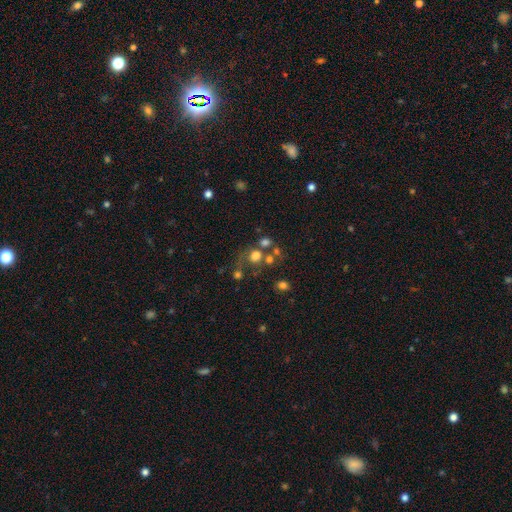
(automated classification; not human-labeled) Smooth or featured? smooth (68%)
How rounded? round (80%)
Merging? none (49%)